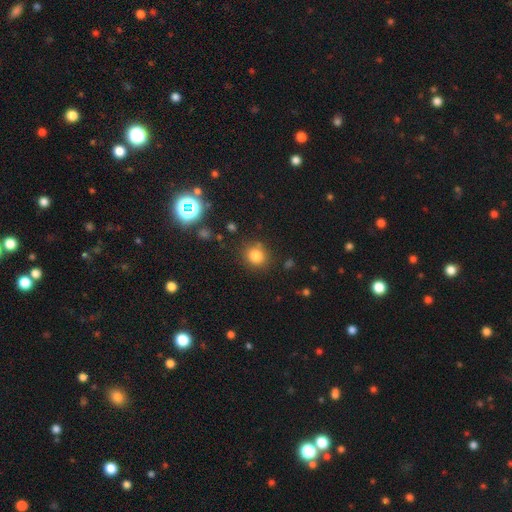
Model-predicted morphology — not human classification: Q: Smooth or featured?
A: smooth (80%); runner-up: star or artifact (14%)
Q: How rounded?
A: round (83%); runner-up: in between (16%)
Q: Merging?
A: none (82%); runner-up: minor disturbance (10%)